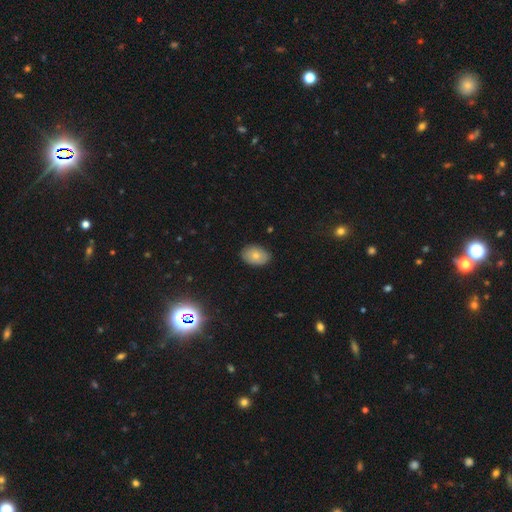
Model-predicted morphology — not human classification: Overall: smooth (75%). How rounded: in between (84%). Merging: none (85%).